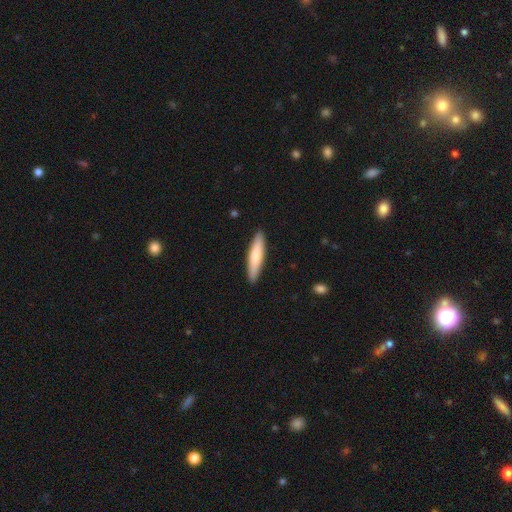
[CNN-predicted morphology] smooth_or_featured: smooth (p=0.71) [alt: featured or disk p=0.24]
how_rounded: cigar-shaped (p=0.83) [alt: in between p=0.16]
merging: none (p=0.90) [alt: minor disturbance p=0.07]